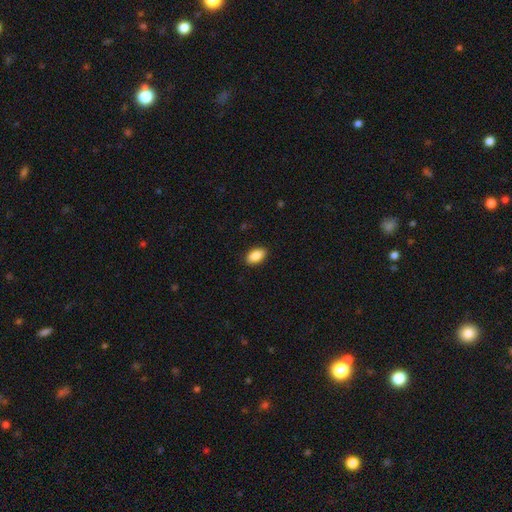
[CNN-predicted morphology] smooth_or_featured: smooth (p=0.89) [alt: star or artifact p=0.07]
how_rounded: in between (p=0.93) [alt: round p=0.04]
merging: none (p=0.89) [alt: minor disturbance p=0.08]